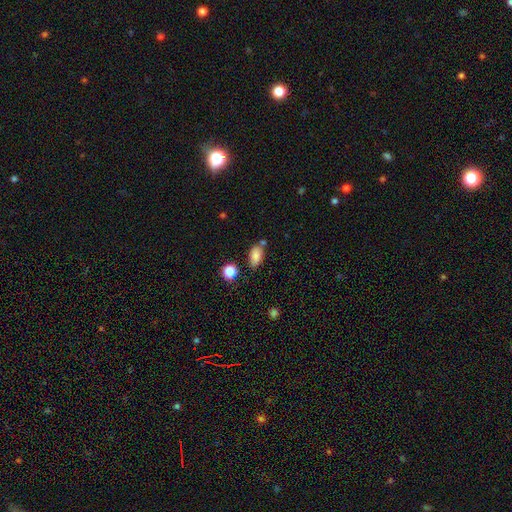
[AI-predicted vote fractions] The model was most divided on "merging": none: 70%, minor disturbance: 17%, merger: 10%, major disturbance: 4%. More confident: how rounded — in between (89%); smooth or featured — smooth (83%).